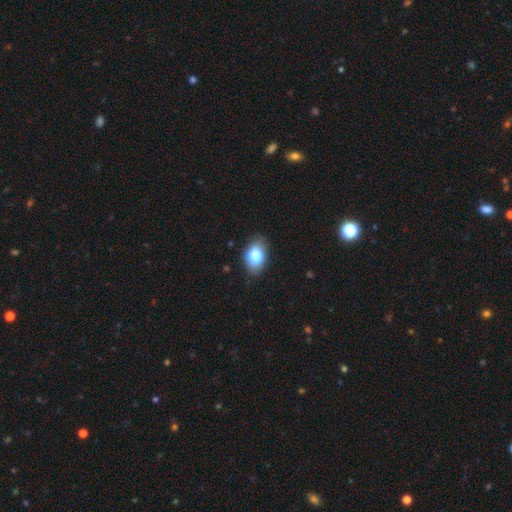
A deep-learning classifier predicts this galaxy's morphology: Smooth or featured?
  - smooth: 80% *
  - featured or disk: 12%
  - star or artifact: 8%
How rounded?
  - in between: 86% *
  - round: 13%
  - cigar-shaped: 1%
Merging?
  - none: 84% *
  - minor disturbance: 13%
  - major disturbance: 2%
  - merger: 1%